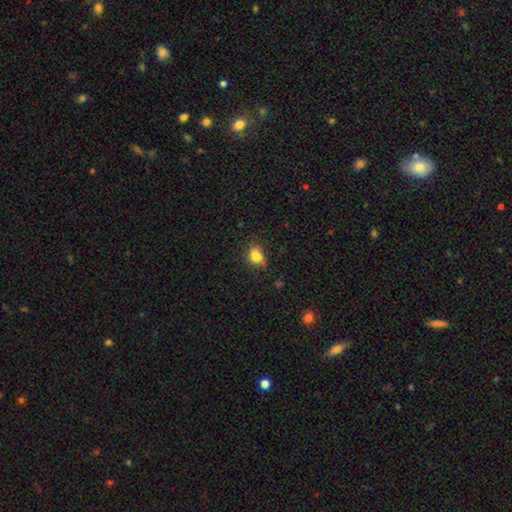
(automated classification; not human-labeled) Smooth or featured: smooth — 82% (star or artifact — 11%)
How rounded: in between — 67% (round — 31%)
Merging: none — 68% (minor disturbance — 24%)